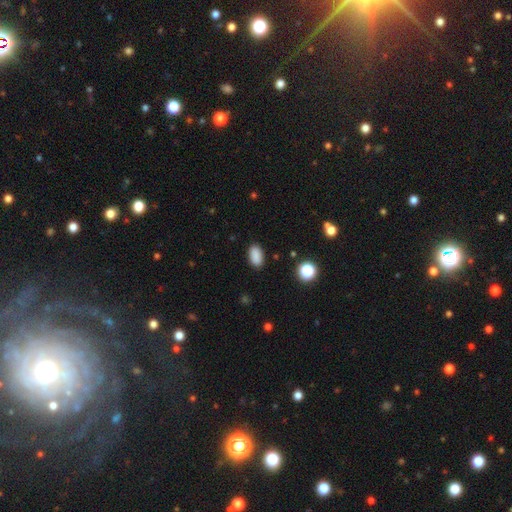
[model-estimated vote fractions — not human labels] Smooth or featured: smooth — 87% (star or artifact — 10%)
How rounded: in between — 92% (round — 6%)
Merging: none — 88% (minor disturbance — 9%)